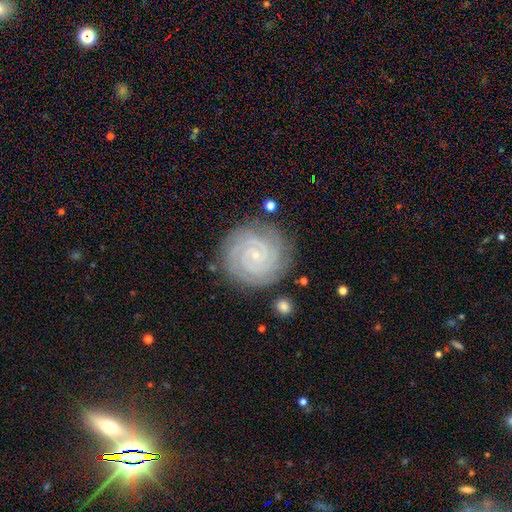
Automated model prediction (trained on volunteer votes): featured or disk 89%, star or artifact 6%, smooth 5%. Down the decision tree: edge-on disk — no (98%); bar — no (71%); spiral arms — yes (99%); spiral arm count — 2 (43%); spiral winding — tight (87%); bulge size — small (88%); merging — none (84%).